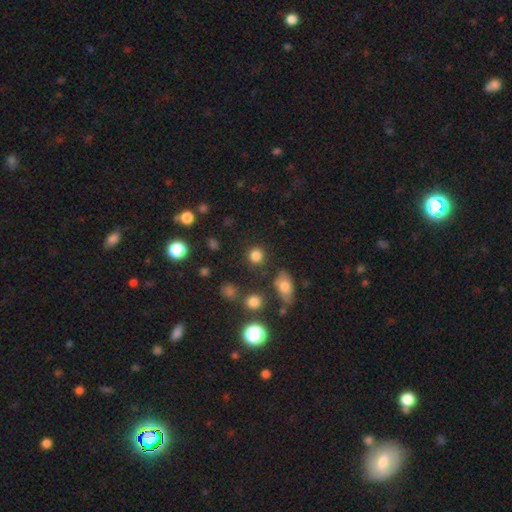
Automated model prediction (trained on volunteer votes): Smooth or featured? smooth (82%)
How rounded? round (85%)
Merging? none (84%)